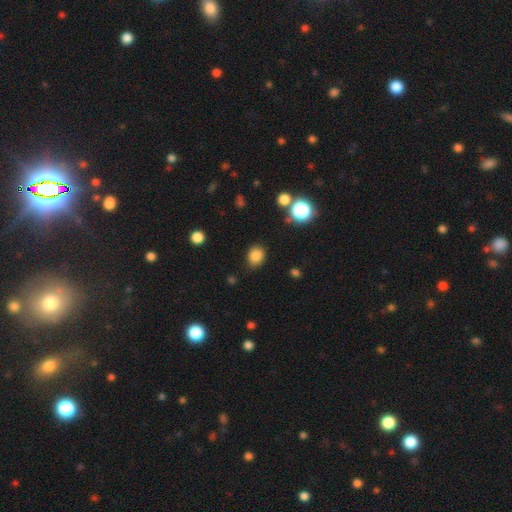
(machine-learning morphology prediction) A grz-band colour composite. It shows a smooth galaxy with no disk features (84%) that is round (57%). Merging: none (83%).